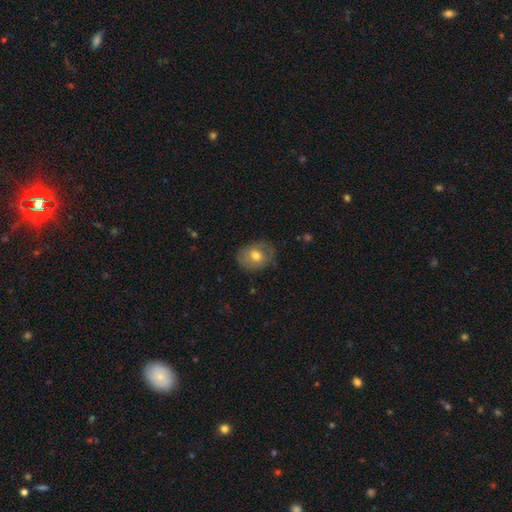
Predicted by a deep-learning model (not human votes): This is possibly a smooth galaxy (54%). How rounded: possibly in between (53%). Merging: likely none (74%).